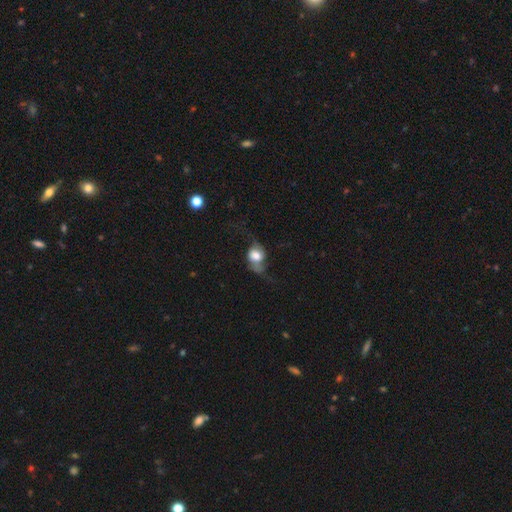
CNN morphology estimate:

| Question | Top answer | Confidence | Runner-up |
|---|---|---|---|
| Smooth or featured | featured or disk | 48% | smooth (44%) |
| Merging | none | 42% | major disturbance (32%) |